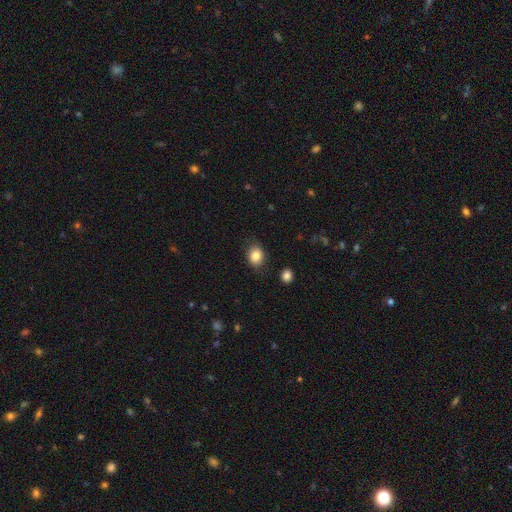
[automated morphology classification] The model was most divided on "how rounded": in between: 51%, round: 48%, cigar-shaped: 1%. More confident: smooth or featured — smooth (84%); merging — none (80%).